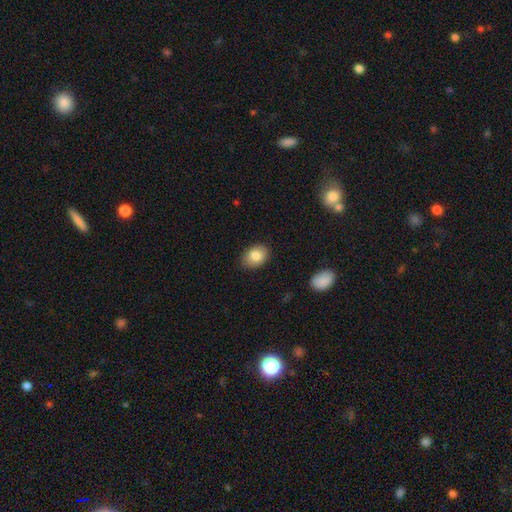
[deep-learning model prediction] The model was most divided on "how rounded": in between: 75%, round: 24%, cigar-shaped: 1%. More confident: merging — none (84%); smooth or featured — smooth (84%).